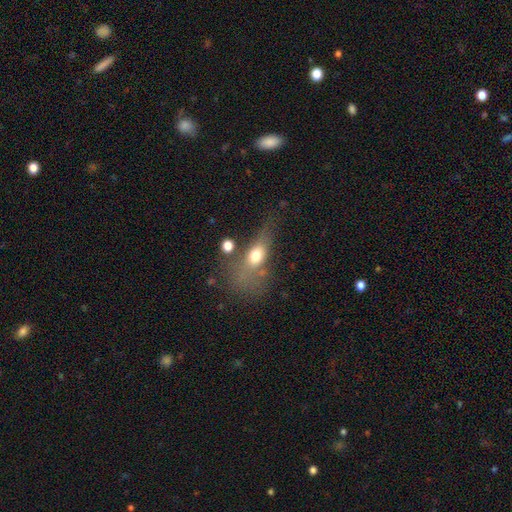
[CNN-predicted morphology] Smooth or featured? Predicted: smooth (p=0.64). How rounded? Predicted: in between (p=0.68). Merging? Predicted: none (p=0.34).